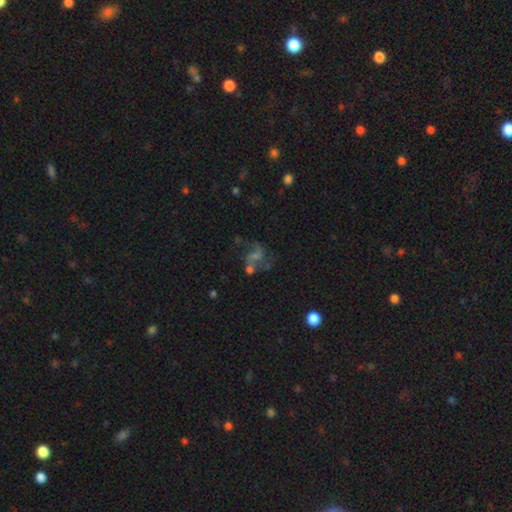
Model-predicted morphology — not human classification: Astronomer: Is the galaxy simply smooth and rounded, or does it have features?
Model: featured or disk — 54%.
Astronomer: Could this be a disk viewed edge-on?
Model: no — 97%.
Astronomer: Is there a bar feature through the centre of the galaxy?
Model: no — 53% (runner-up: weak, 36%).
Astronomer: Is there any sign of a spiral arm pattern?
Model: yes — 76%.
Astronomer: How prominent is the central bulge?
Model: small — 38% (runner-up: moderate, 28%).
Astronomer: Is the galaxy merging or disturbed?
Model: none — 42% (runner-up: major disturbance, 23%).